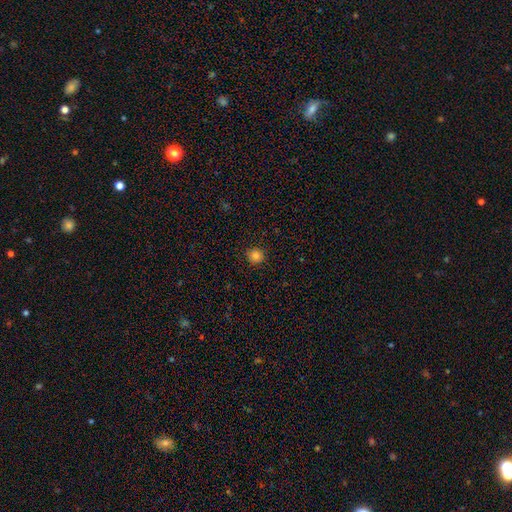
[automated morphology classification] The model was most divided on "smooth or featured": smooth: 83%, star or artifact: 12%, featured or disk: 5%. More confident: how rounded — round (92%); merging — none (91%).